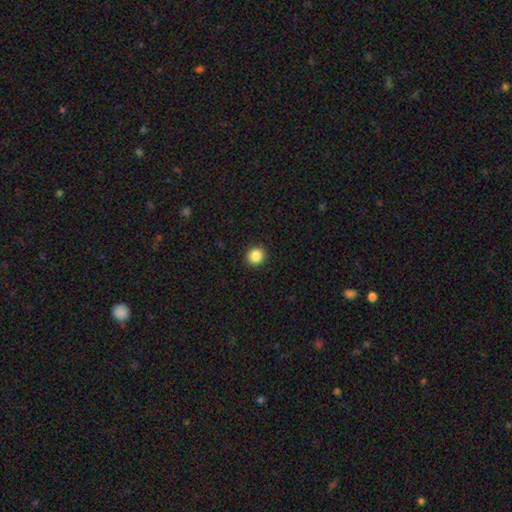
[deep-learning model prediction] This appears to be a smooth galaxy with no disk features (86%) that is round (91%). Merging: none (92%).